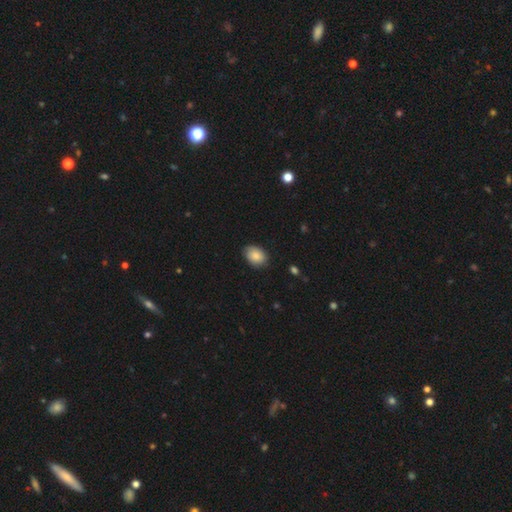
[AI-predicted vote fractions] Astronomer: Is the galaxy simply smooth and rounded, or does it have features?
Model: smooth — 88%.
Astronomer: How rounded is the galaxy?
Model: in between — 77%.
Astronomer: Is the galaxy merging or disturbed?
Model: none — 84%.